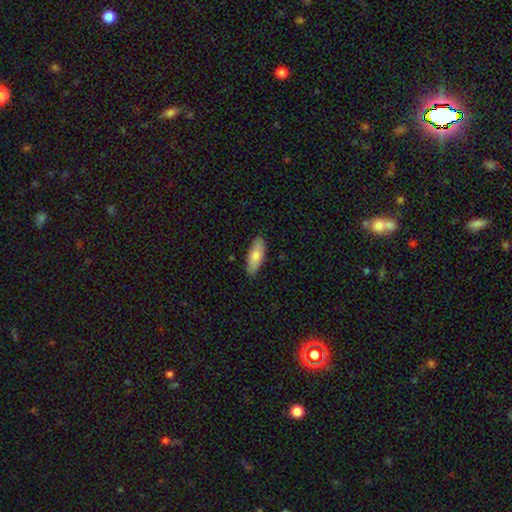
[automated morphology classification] This appears to be a smooth galaxy with no disk features (77%) that is in between round and cigar-shaped (75%). Merging: none (87%).